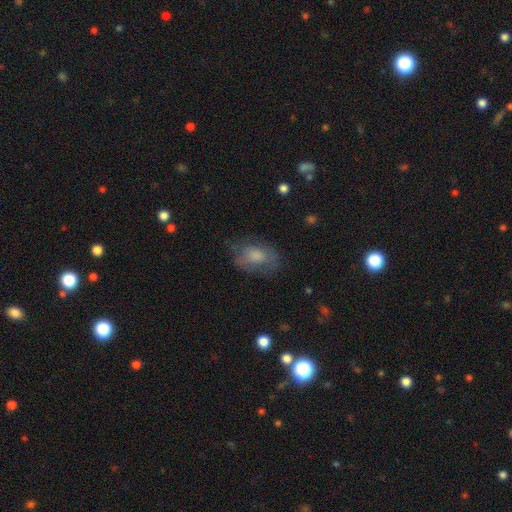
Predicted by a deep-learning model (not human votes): Smooth or featured?
  - smooth: 63% *
  - featured or disk: 27%
  - star or artifact: 9%
How rounded?
  - in between: 82% *
  - round: 16%
  - cigar-shaped: 2%
Merging?
  - none: 56% *
  - minor disturbance: 25%
  - major disturbance: 17%
  - merger: 2%